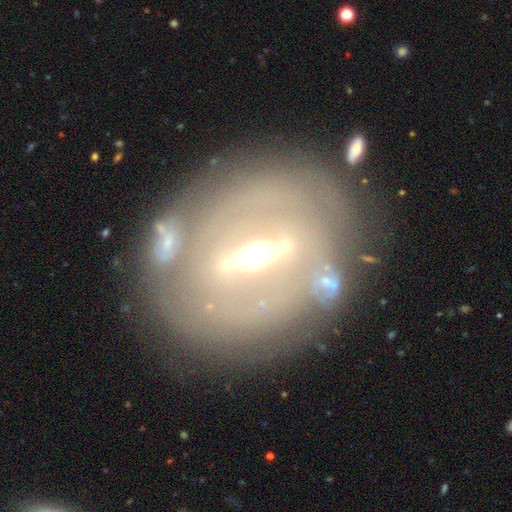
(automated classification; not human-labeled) Q: Smooth or featured?
A: featured or disk (80%); runner-up: smooth (13%)
Q: Edge-on disk?
A: no (72%); runner-up: yes (28%)
Q: Bar?
A: strong (70%); runner-up: weak (22%)
Q: Spiral arms?
A: no (68%); runner-up: yes (32%)
Q: Bulge size?
A: moderate (68%); runner-up: small (21%)
Q: Merging?
A: none (75%); runner-up: minor disturbance (13%)